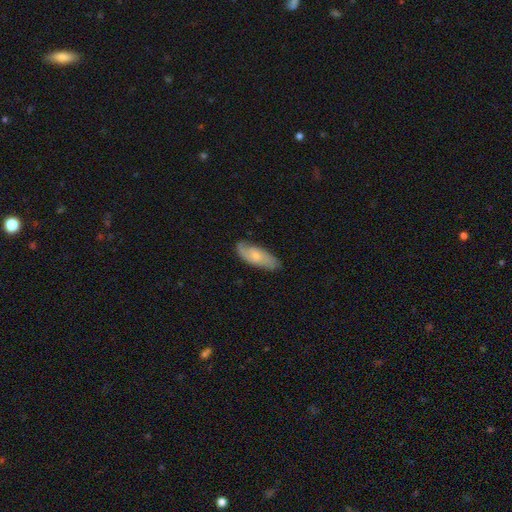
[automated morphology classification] smooth_or_featured: featured or disk (p=0.49) [alt: smooth p=0.45]
merging: none (p=0.76) [alt: minor disturbance p=0.18]